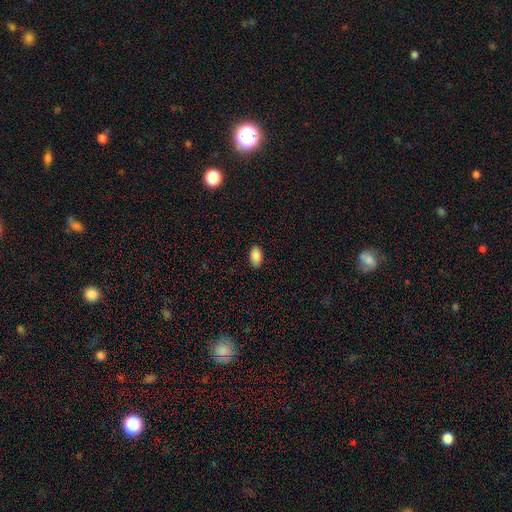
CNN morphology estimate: Q: Smooth or featured?
A: smooth (89%); runner-up: star or artifact (8%)
Q: How rounded?
A: in between (93%); runner-up: round (5%)
Q: Merging?
A: none (87%); runner-up: minor disturbance (10%)